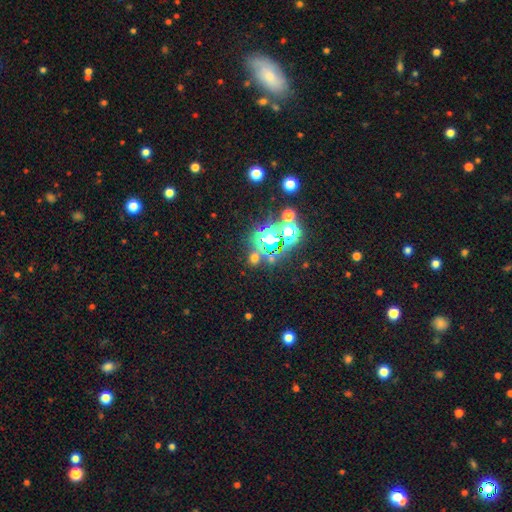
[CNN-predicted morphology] smooth-or-featured: star or artifact: 72% | smooth: 19% | featured or disk: 10%